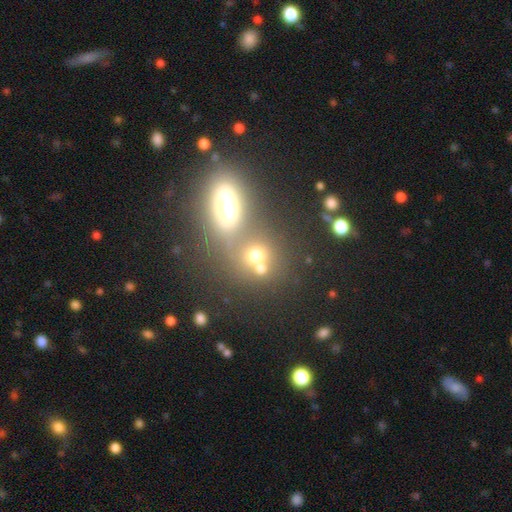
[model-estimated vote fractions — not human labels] Q: Smooth or featured?
A: smooth (64%); runner-up: star or artifact (22%)
Q: How rounded?
A: round (78%); runner-up: in between (20%)
Q: Merging?
A: merger (46%); runner-up: none (42%)